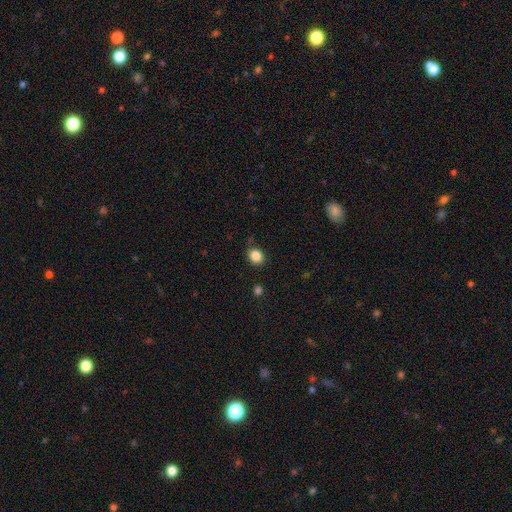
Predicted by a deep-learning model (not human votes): Overall: smooth (86%). How rounded: round (64%; in between 35%). Merging: none (83%).